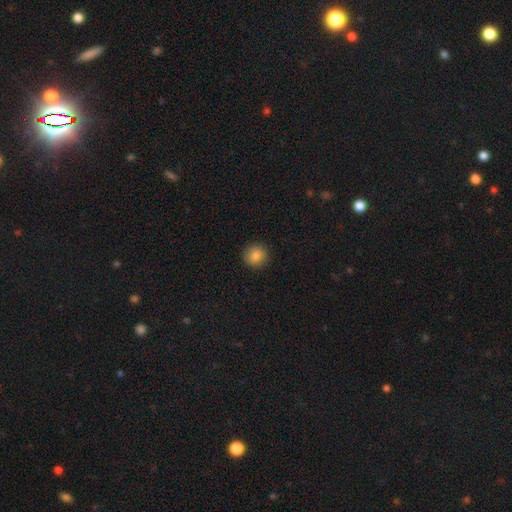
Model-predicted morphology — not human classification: Smooth or featured: smooth — 84% (star or artifact — 10%)
How rounded: round — 93% (in between — 6%)
Merging: none — 92% (minor disturbance — 5%)